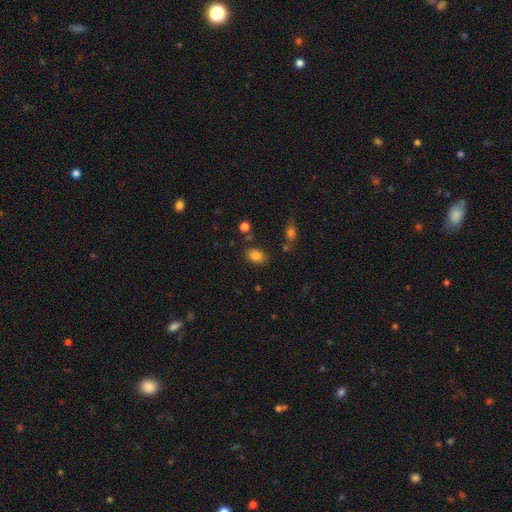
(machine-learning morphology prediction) This appears to be a smooth galaxy with no disk features (84%) that is in between round and cigar-shaped (76%). Merging: none (78%).